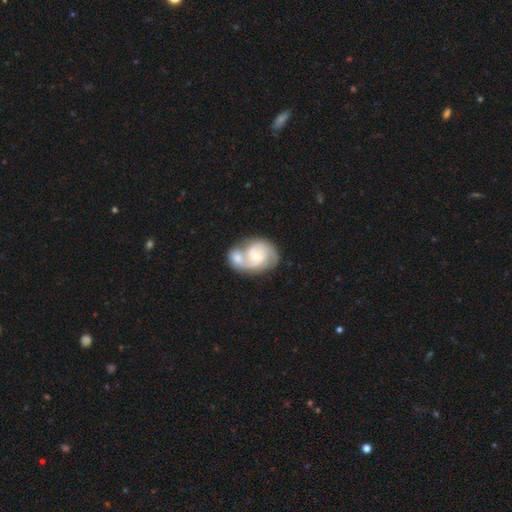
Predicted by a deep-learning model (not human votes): Smooth or featured: featured or disk — 81% (smooth — 14%)
Edge-on disk: no — 98% (yes — 2%)
Bar: no — 47% (weak — 43%)
Spiral arms: yes — 95% (no — 5%)
Spiral winding: medium — 48% (tight — 39%)
Spiral arm count: 2 — 71% (3 — 12%)
Bulge size: small — 49% (moderate — 46%)
Merging: merger — 63% (none — 23%)